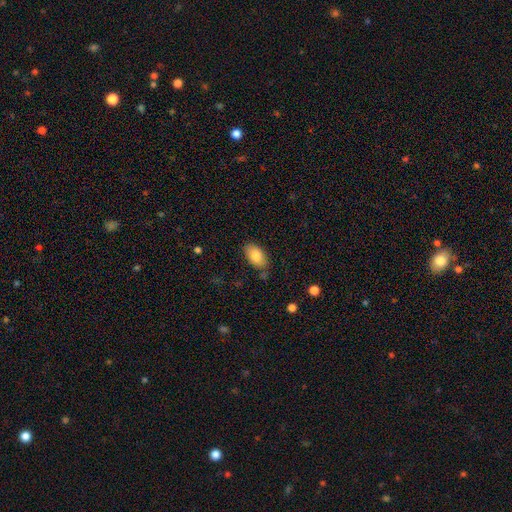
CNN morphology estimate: Smooth or featured? smooth (84%)
How rounded? in between (94%)
Merging? none (77%)